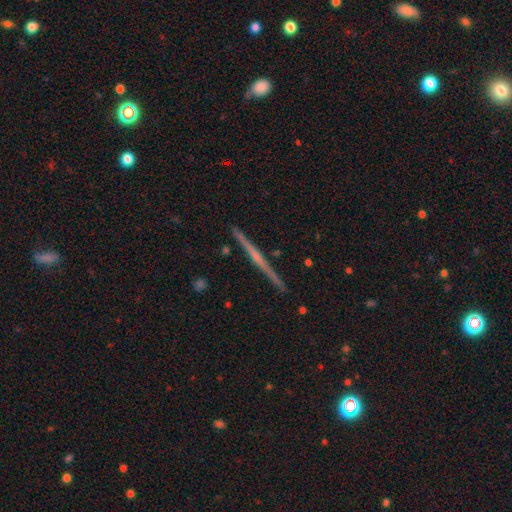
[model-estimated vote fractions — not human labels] featured or disk 75%, smooth 19%, star or artifact 6%. Down the decision tree: edge-on disk — yes (99%); edge-on bulge — none (52%); merging — none (92%).